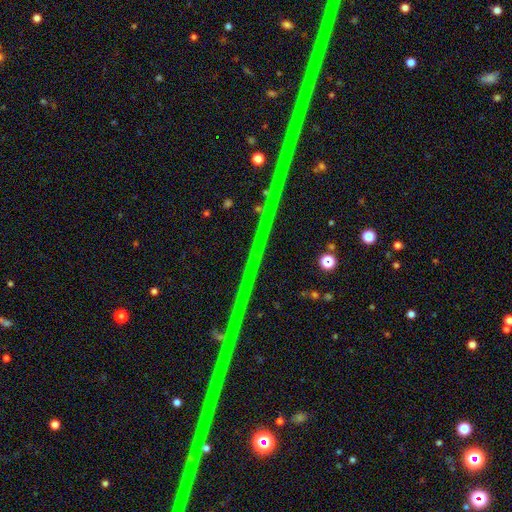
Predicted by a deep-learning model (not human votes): This is clearly a star or artifact rather than a galaxy (88%).